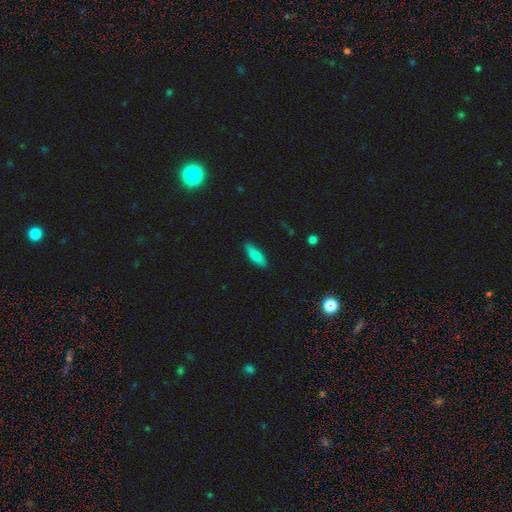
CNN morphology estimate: This is likely a smooth galaxy (79%). How rounded: possibly cigar-shaped (49%, tied with in between). Merging: clearly none (88%).